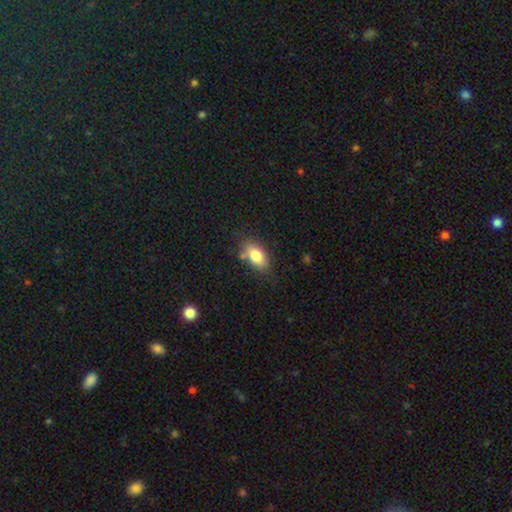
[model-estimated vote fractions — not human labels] Smooth or featured: smooth — 82% (featured or disk — 10%)
How rounded: in between — 90% (round — 7%)
Merging: none — 71% (minor disturbance — 19%)